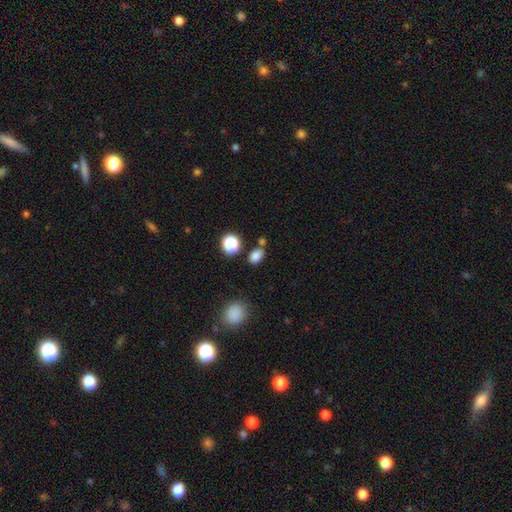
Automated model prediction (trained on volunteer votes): Q: Smooth or featured?
A: smooth (80%); runner-up: star or artifact (14%)
Q: How rounded?
A: in between (76%); runner-up: round (23%)
Q: Merging?
A: none (69%); runner-up: merger (13%)